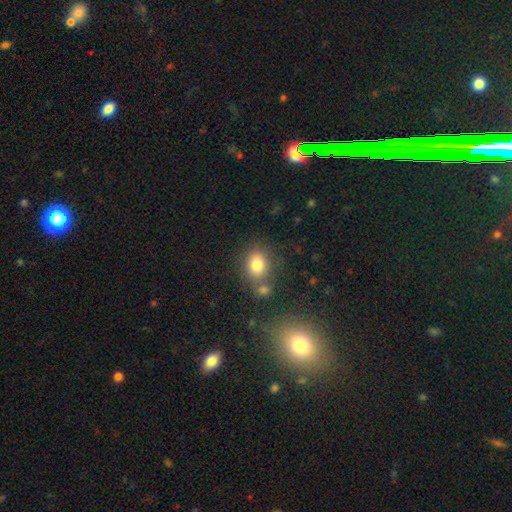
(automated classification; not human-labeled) A smooth galaxy with no disk features (76%) that is in between round and cigar-shaped (51%). Merging: none (73%).